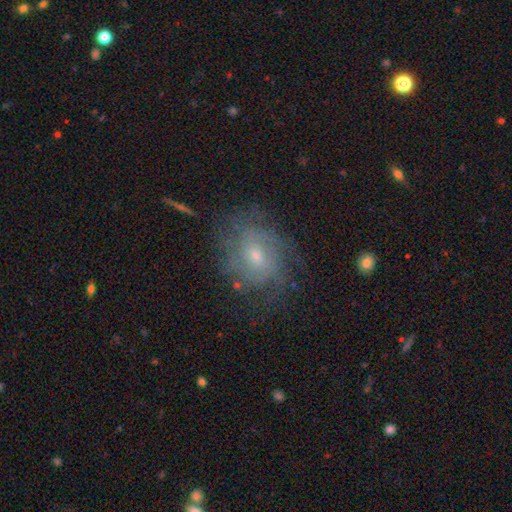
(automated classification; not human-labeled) A featured or disk galaxy (69%) with no bar (65%), tight (52%) spiral arms (84%) and a small central bulge (56%). Merging: none (66%).